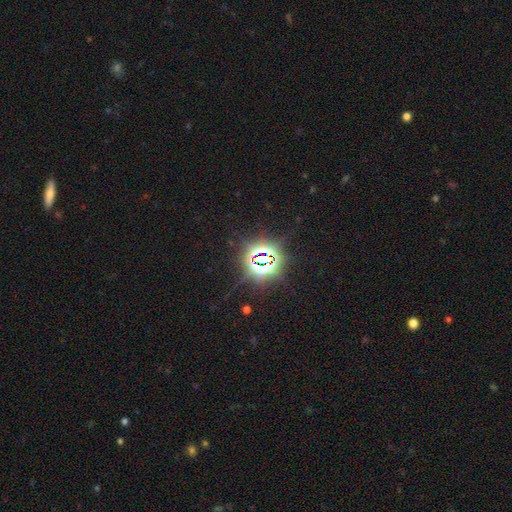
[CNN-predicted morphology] Smooth or featured? star or artifact (85%)